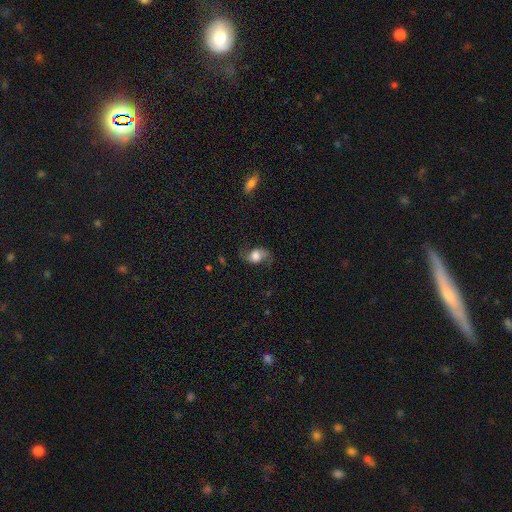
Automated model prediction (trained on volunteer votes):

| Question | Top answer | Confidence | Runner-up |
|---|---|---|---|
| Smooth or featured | featured or disk | 55% | smooth (35%) |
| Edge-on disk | no | 93% | yes (7%) |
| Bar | no | 57% | weak (32%) |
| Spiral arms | yes | 88% | no (12%) |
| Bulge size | large | 43% | moderate (35%) |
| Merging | none | 66% | minor disturbance (19%) |